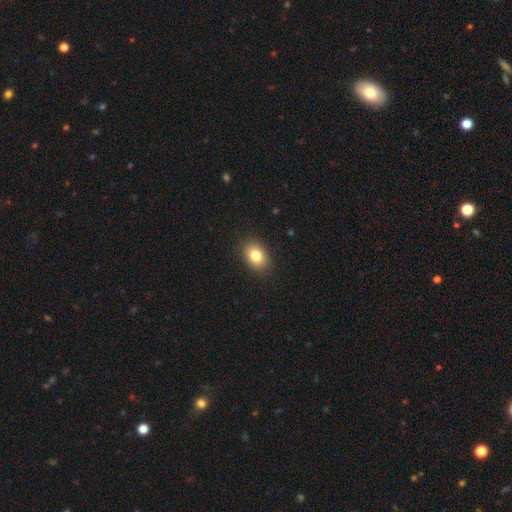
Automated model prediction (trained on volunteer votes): smooth 82%, star or artifact 9%, featured or disk 9%. Down the decision tree: how rounded — in between (76%); merging — none (88%).